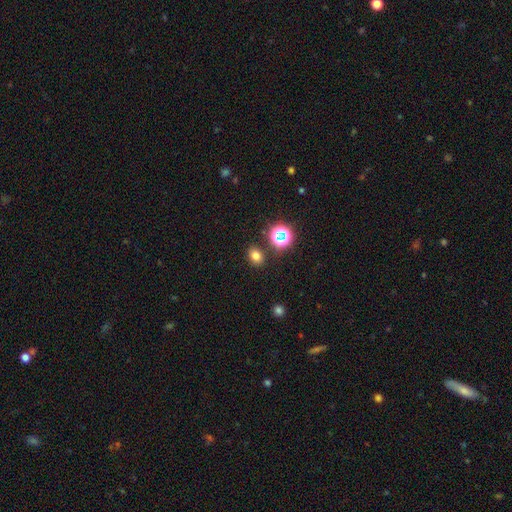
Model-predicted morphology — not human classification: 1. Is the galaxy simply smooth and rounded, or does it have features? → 73% smooth, 20% star or artifact, 7% featured or disk.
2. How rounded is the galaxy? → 52% in between, 47% round, 1% cigar-shaped.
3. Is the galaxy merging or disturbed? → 85% none, 8% minor disturbance, 4% merger, 3% major disturbance.